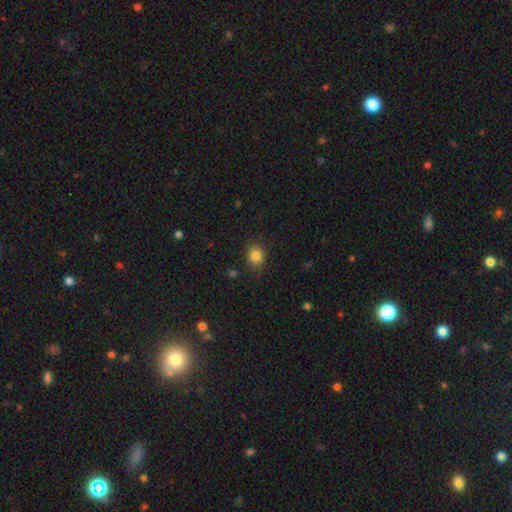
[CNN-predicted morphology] smooth_or_featured: smooth (p=0.84) [alt: star or artifact p=0.11]
how_rounded: round (p=0.64) [alt: in between p=0.35]
merging: none (p=0.82) [alt: minor disturbance p=0.13]